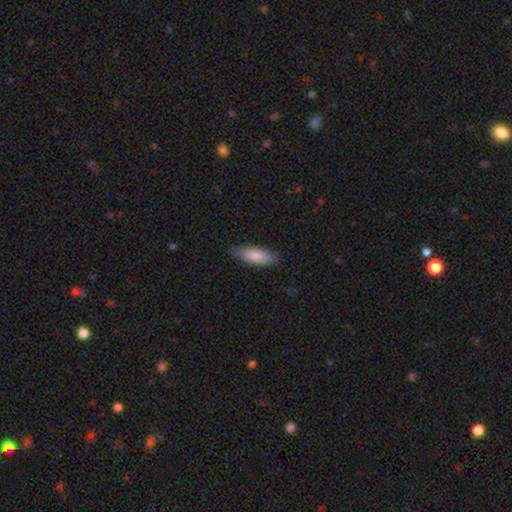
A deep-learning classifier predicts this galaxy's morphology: smooth 84%, featured or disk 10%, star or artifact 6%. Down the decision tree: how rounded — in between (60%); merging — none (84%).